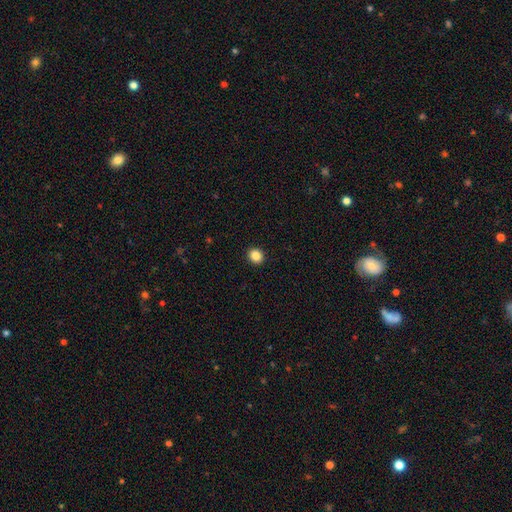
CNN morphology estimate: smooth-or-featured: smooth: 86% | star or artifact: 10% | featured or disk: 4%
  how-rounded: round: 78% | in between: 21% | cigar-shaped: 1%
  merging: none: 93% | minor disturbance: 5% | major disturbance: 1% | merger: 1%